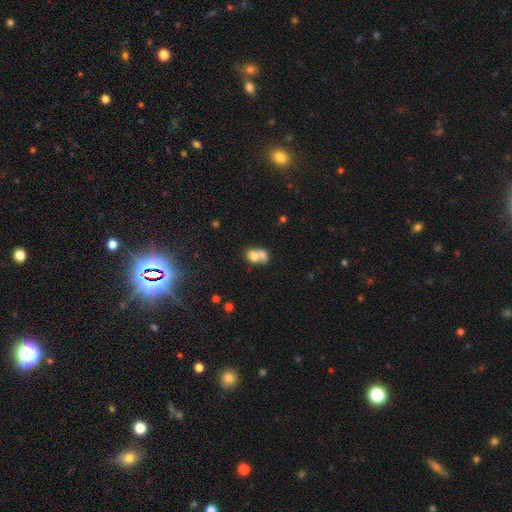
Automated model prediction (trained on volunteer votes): Smooth or featured?
  - smooth: 72% *
  - featured or disk: 18%
  - star or artifact: 10%
How rounded?
  - in between: 54% *
  - round: 45%
  - cigar-shaped: 1%
Merging?
  - merger: 69% *
  - none: 20%
  - minor disturbance: 7%
  - major disturbance: 4%